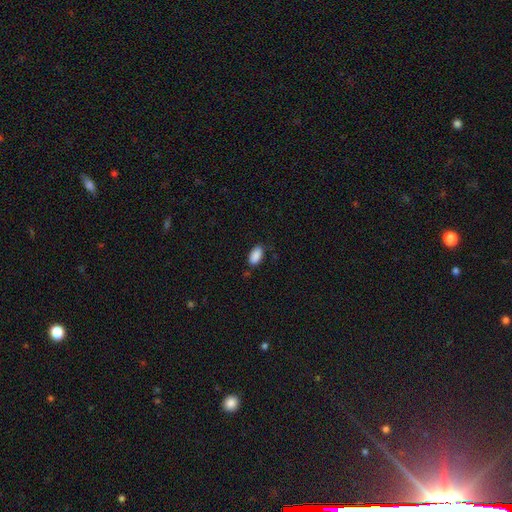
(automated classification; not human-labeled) This appears to be a smooth galaxy with no disk features (89%) that is in between round and cigar-shaped (94%). Merging: none (79%).